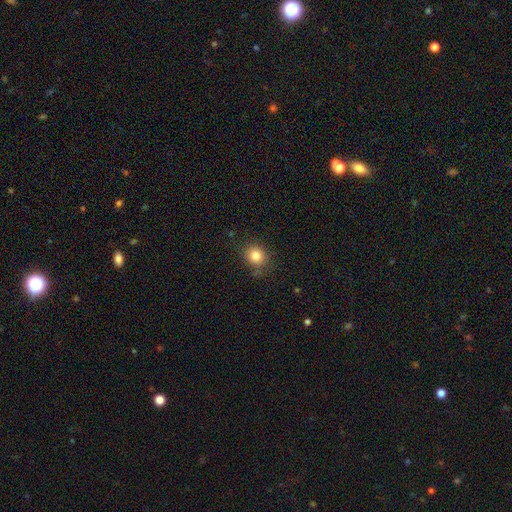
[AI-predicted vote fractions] smooth_or_featured: smooth (p=0.82) [alt: star or artifact p=0.12]
how_rounded: round (p=0.75) [alt: in between p=0.24]
merging: none (p=0.81) [alt: minor disturbance p=0.13]